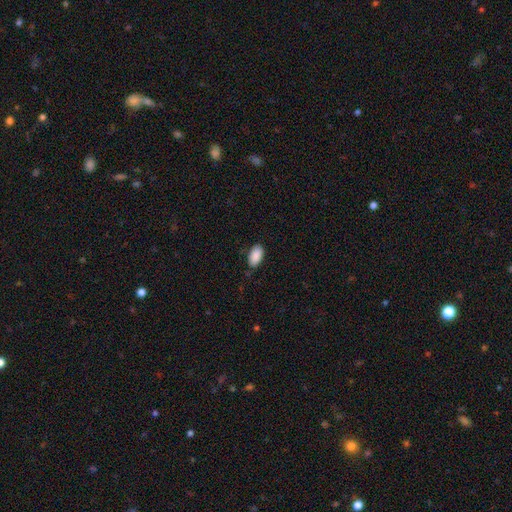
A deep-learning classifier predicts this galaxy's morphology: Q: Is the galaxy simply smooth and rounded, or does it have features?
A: smooth — 90%.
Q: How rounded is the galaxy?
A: in between — 95%.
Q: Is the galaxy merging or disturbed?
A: none — 79%.